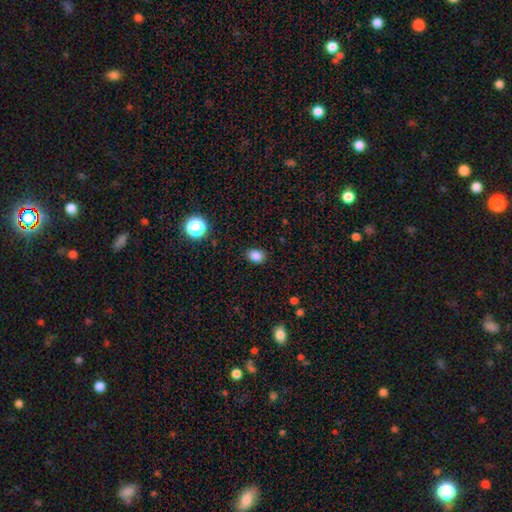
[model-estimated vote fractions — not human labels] Smooth or featured? smooth (85%)
How rounded? in between (63%)
Merging? none (86%)